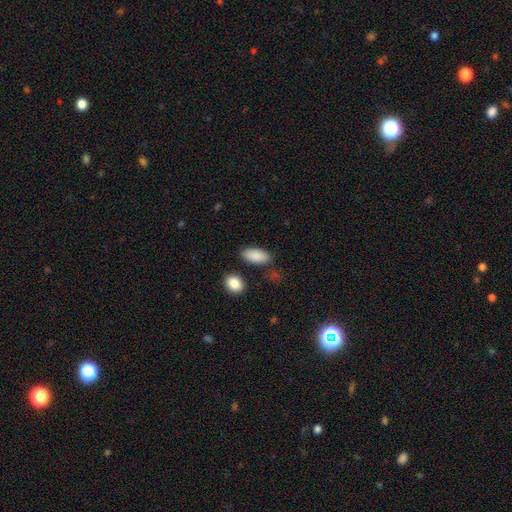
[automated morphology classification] smooth_or_featured: smooth (p=0.89) [alt: star or artifact p=0.07]
how_rounded: in between (p=0.91) [alt: cigar-shaped p=0.06]
merging: none (p=0.81) [alt: minor disturbance p=0.12]